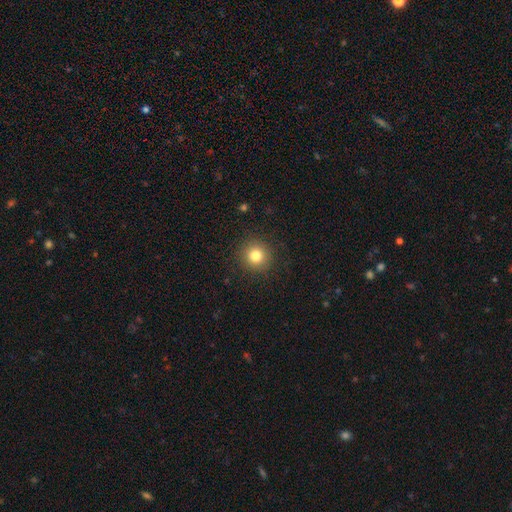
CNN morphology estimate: smooth_or_featured: smooth (p=0.81) [alt: star or artifact p=0.12]
how_rounded: round (p=0.94) [alt: in between p=0.05]
merging: none (p=0.91) [alt: minor disturbance p=0.06]